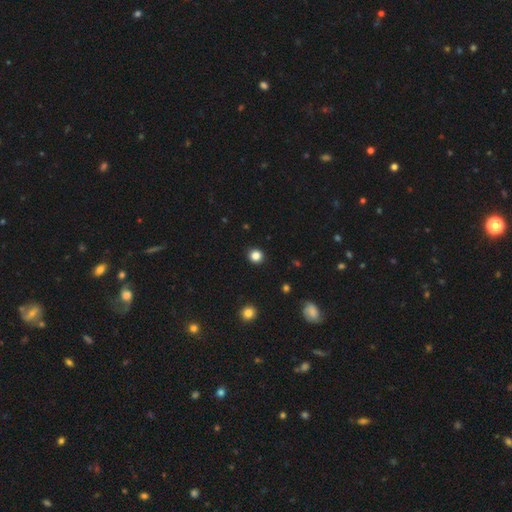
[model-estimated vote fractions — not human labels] smooth 83%, star or artifact 13%, featured or disk 4%. Down the decision tree: how rounded — round (93%); merging — none (93%).